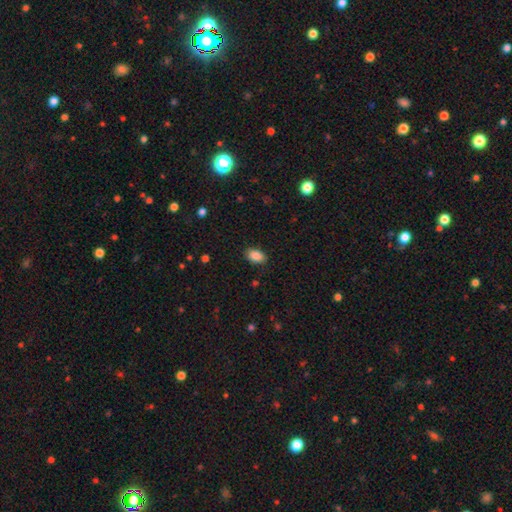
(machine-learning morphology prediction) Overall: smooth (88%). How rounded: in between (90%). Merging: none (87%).